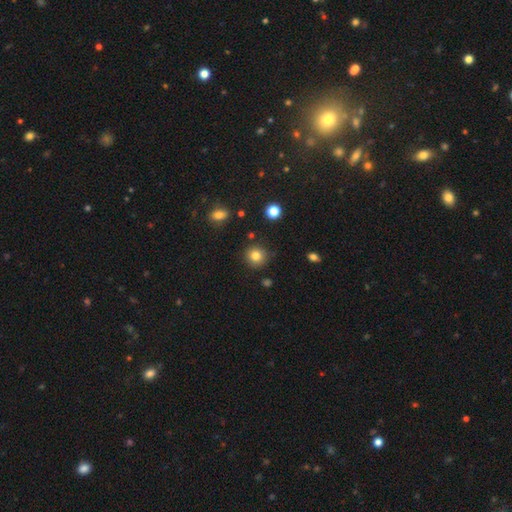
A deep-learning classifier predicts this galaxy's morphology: Q: Smooth or featured?
A: smooth (82%); runner-up: star or artifact (11%)
Q: How rounded?
A: round (91%); runner-up: in between (8%)
Q: Merging?
A: none (86%); runner-up: minor disturbance (9%)